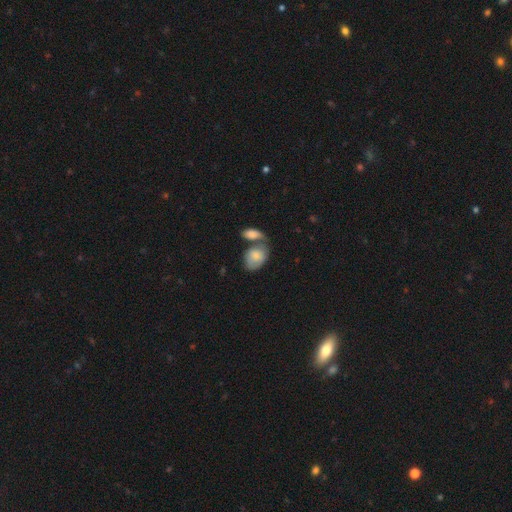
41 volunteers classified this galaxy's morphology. Smooth or featured?
  - smooth: 93% *
  - featured or disk: 7%
  - star or artifact: 0%
How rounded?
  - in between: 79% *
  - round: 18%
  - cigar-shaped: 3%
Merging?
  - merger: 49% *
  - none: 24%
  - minor disturbance: 20%
  - major disturbance: 7%